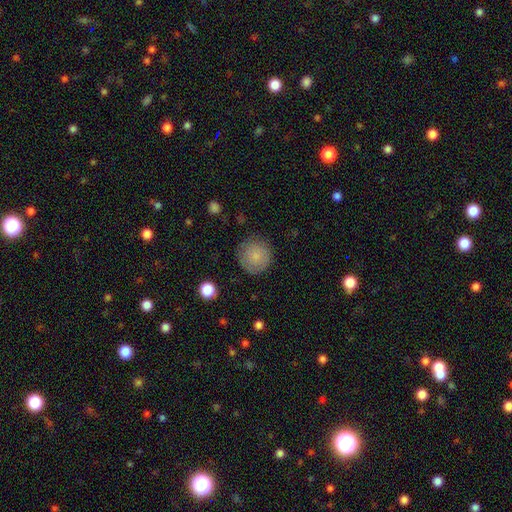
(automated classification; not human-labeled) This appears to be a smooth galaxy with no disk features (81%) that is round (94%). Merging: none (81%).